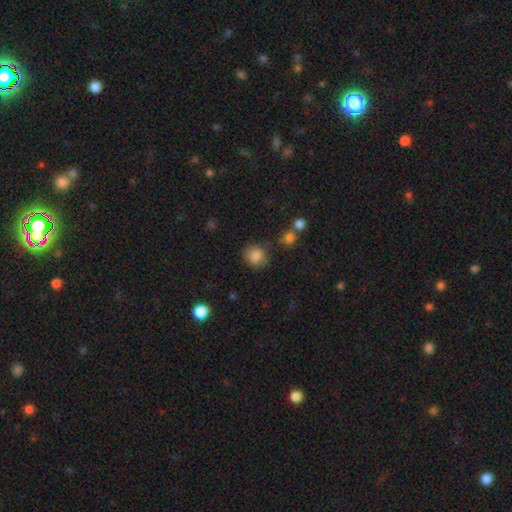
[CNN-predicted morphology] Smooth or featured?
  - smooth: 84% *
  - star or artifact: 10%
  - featured or disk: 6%
How rounded?
  - round: 84% *
  - in between: 15%
  - cigar-shaped: 1%
Merging?
  - none: 76% *
  - minor disturbance: 15%
  - major disturbance: 5%
  - merger: 5%